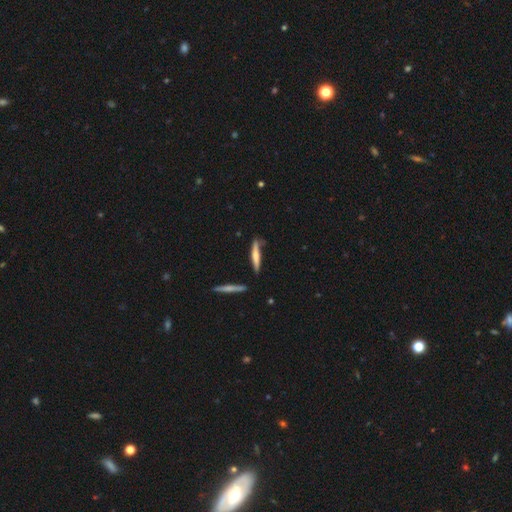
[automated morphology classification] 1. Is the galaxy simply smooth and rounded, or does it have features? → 53% smooth, 41% featured or disk, 6% star or artifact.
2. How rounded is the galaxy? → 91% cigar-shaped, 7% in between, 2% round.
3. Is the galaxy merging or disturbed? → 71% none, 19% minor disturbance, 6% merger, 4% major disturbance.